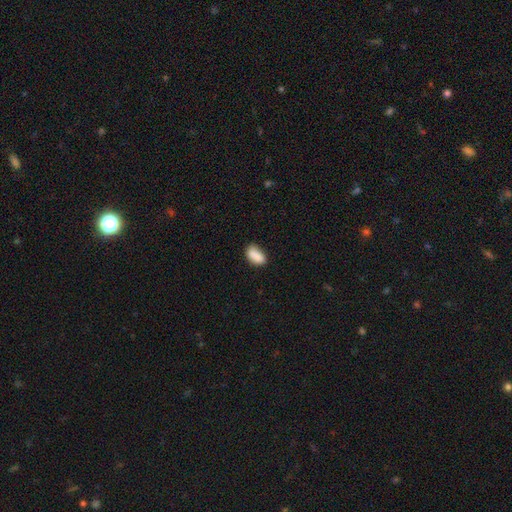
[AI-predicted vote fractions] A smooth galaxy with no disk features (87%) that is in between round and cigar-shaped (90%).

Vote fractions:
- Smooth or featured? smooth: 87% / star or artifact: 8% / featured or disk: 5%
- How rounded? in between: 90% / round: 5% / cigar-shaped: 5%
- Merging? none: 72% / minor disturbance: 21% / major disturbance: 4% / merger: 3%